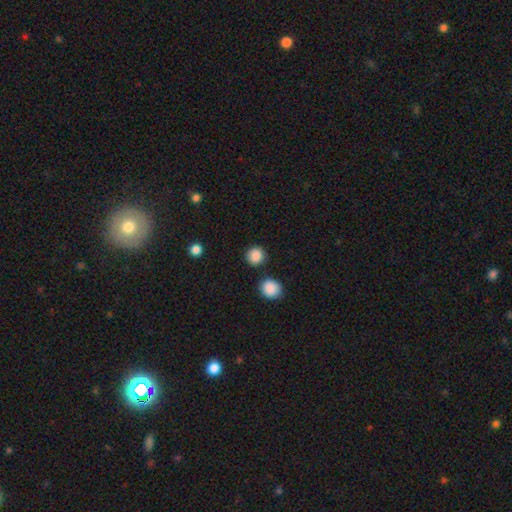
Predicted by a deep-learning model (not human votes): The model was most divided on "merging": none: 84%, minor disturbance: 8%, merger: 6%, major disturbance: 3%. More confident: how rounded — round (91%); smooth or featured — smooth (88%).